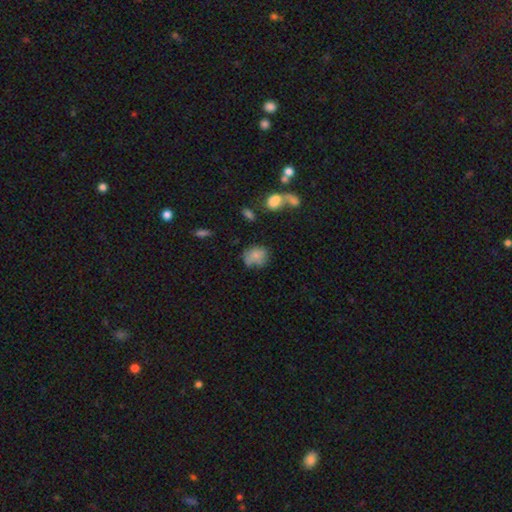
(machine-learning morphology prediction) Smooth or featured: smooth — 73% (featured or disk — 16%)
How rounded: round — 61% (in between — 38%)
Merging: none — 47% (minor disturbance — 26%)